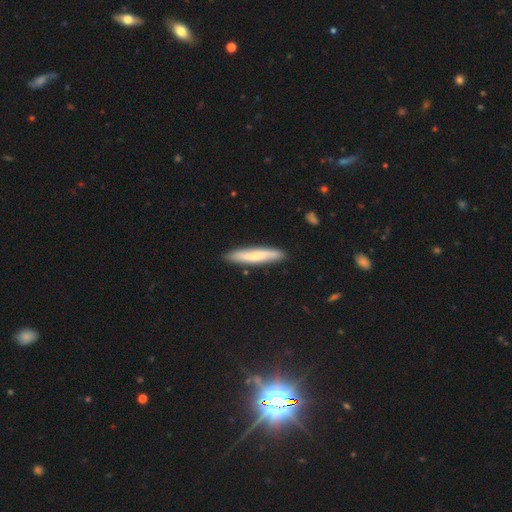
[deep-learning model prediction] Smooth or featured? Predicted: smooth (p=0.63). How rounded? Predicted: cigar-shaped (p=0.90). Merging? Predicted: none (p=0.87).